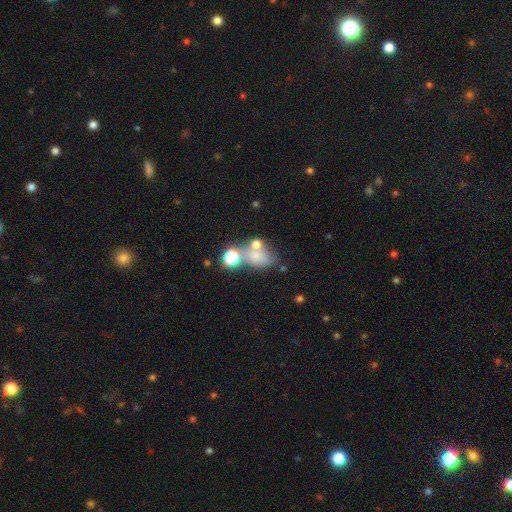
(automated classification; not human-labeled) Overall: smooth (62%). How rounded: in between (69%; round 29%). Merging: merger (39%; none 34%).